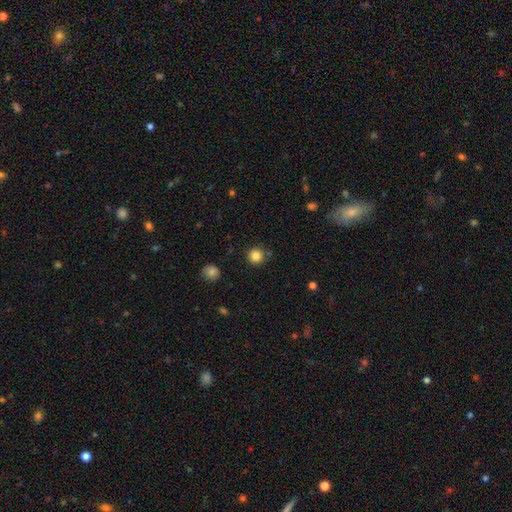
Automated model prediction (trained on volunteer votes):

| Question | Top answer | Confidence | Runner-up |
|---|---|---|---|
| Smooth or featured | smooth | 84% | star or artifact (11%) |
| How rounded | round | 95% | in between (4%) |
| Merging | none | 86% | minor disturbance (8%) |